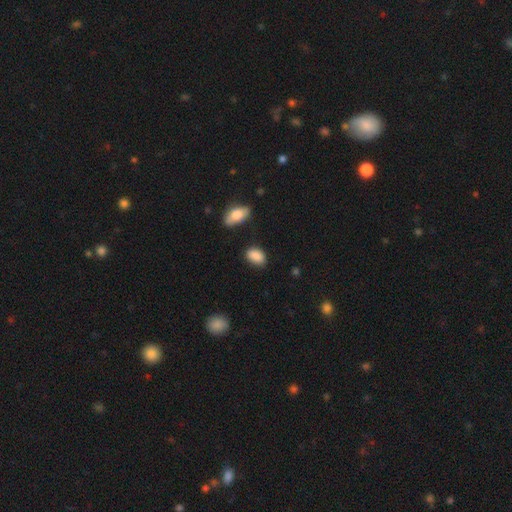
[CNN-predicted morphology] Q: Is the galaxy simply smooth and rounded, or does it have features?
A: smooth — 88%.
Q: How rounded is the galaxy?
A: in between — 88%.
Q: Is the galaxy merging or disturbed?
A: none — 78%.